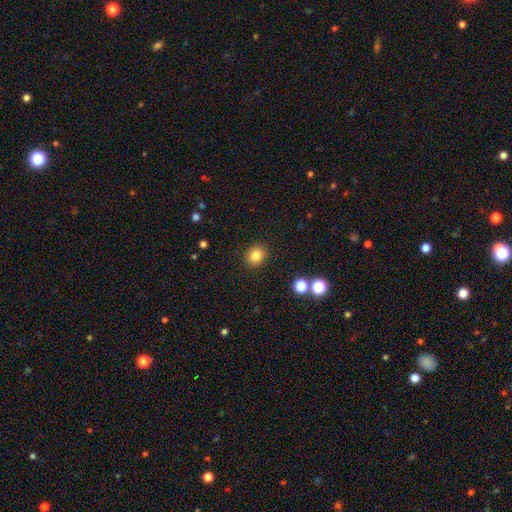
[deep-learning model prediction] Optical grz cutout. It shows a smooth galaxy with no disk features (83%) that is round (73%). Merging: none (90%).